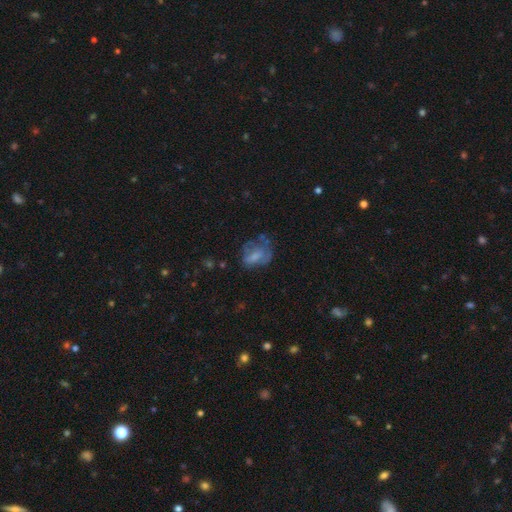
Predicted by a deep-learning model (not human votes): Morphology: type=smooth (47%); merging=none (42%).